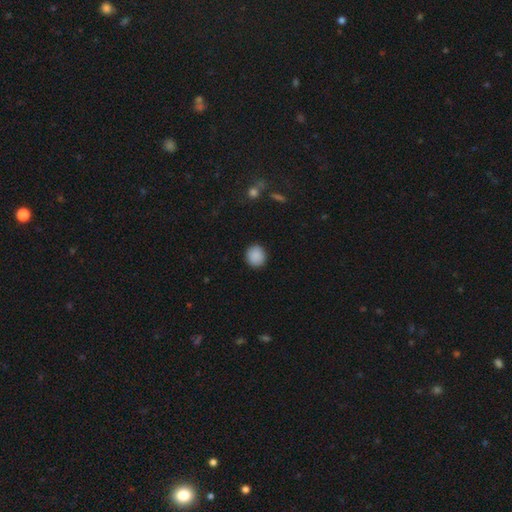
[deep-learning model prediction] smooth_or_featured: smooth (p=0.89) [alt: star or artifact p=0.08]
how_rounded: round (p=0.84) [alt: in between p=0.15]
merging: none (p=0.90) [alt: minor disturbance p=0.07]